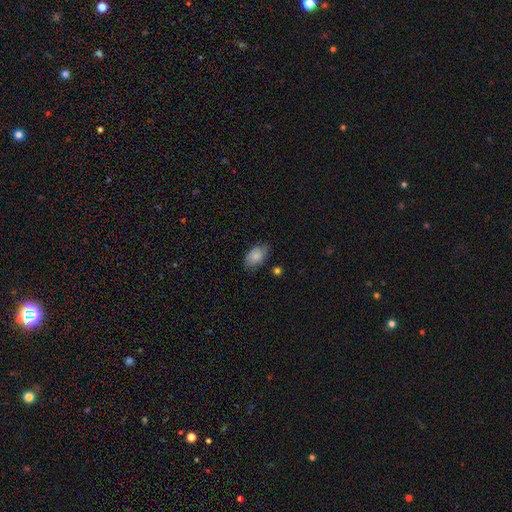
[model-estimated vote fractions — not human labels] Smooth or featured: smooth — 82% (featured or disk — 11%)
How rounded: in between — 91% (round — 7%)
Merging: none — 71% (minor disturbance — 22%)